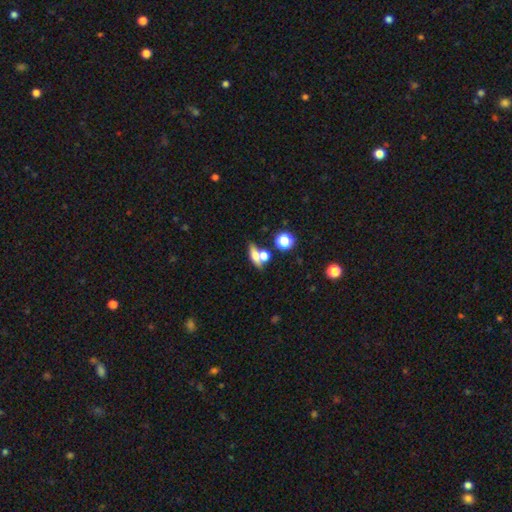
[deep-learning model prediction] A smooth galaxy with no disk features (58%) that is in between round and cigar-shaped (44%). Merging: none (49%).